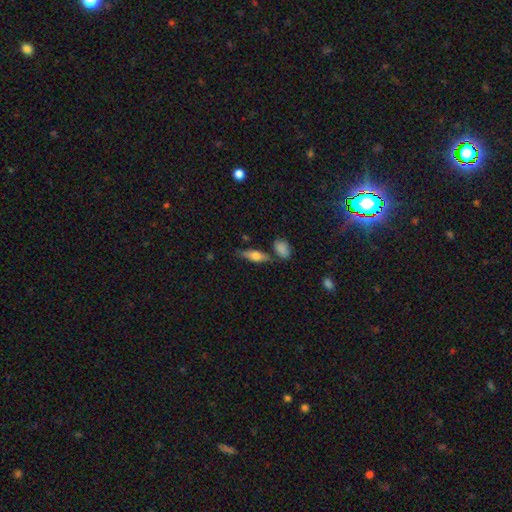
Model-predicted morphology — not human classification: Overall: smooth (66%; featured or disk 27%). How rounded: in between (60%; cigar-shaped 36%). Merging: none (69%).